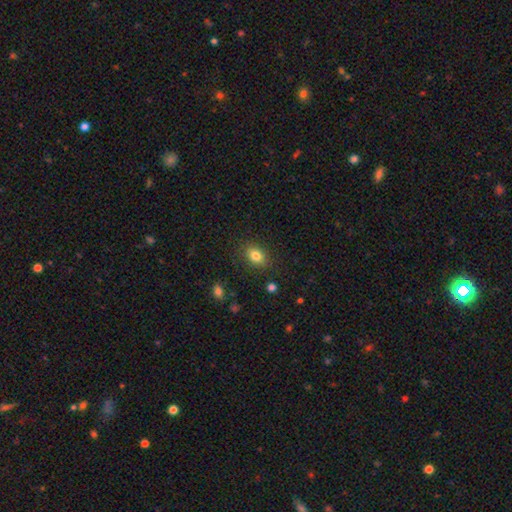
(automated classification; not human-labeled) Smooth or featured?
  - smooth: 82% *
  - star or artifact: 10%
  - featured or disk: 7%
How rounded?
  - in between: 71% *
  - round: 27%
  - cigar-shaped: 1%
Merging?
  - none: 85% *
  - minor disturbance: 10%
  - major disturbance: 3%
  - merger: 1%